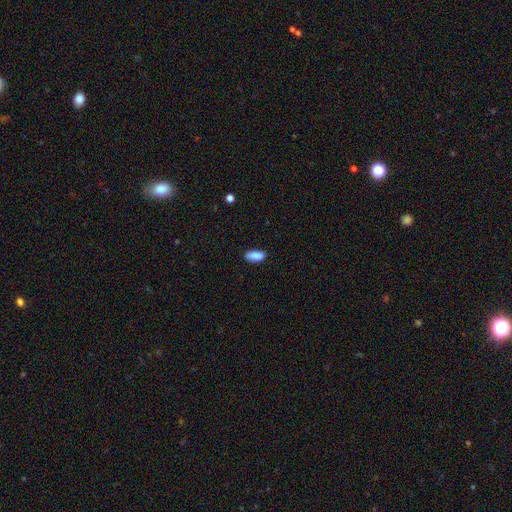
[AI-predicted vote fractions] Morphology: type=smooth (89%); roundness=in between (88%); merging=none (81%).